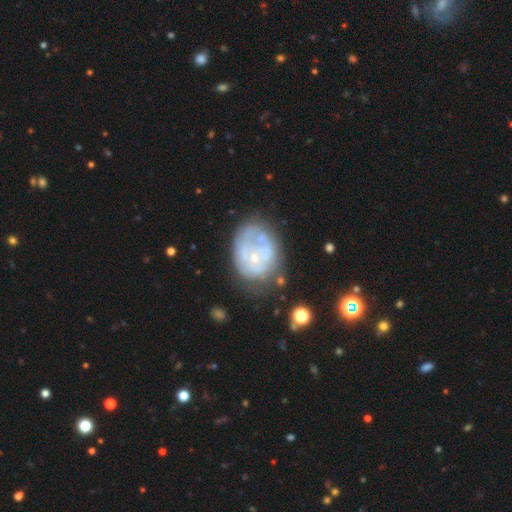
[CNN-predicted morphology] Overall: featured or disk (60%; smooth 31%). Edge-on disk: no (98%). Bar: no (87%). Spiral arms: no (71%). Bulge size: small (64%). Merging: none (41%; minor disturbance 26%).